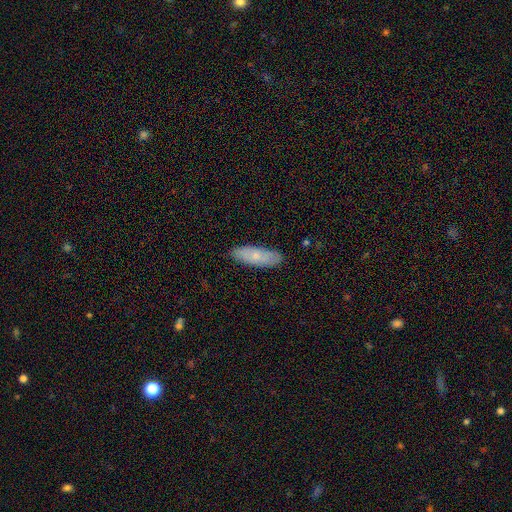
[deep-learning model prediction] Q: Smooth or featured?
A: smooth (71%); runner-up: featured or disk (23%)
Q: How rounded?
A: in between (62%); runner-up: cigar-shaped (36%)
Q: Merging?
A: none (86%); runner-up: minor disturbance (11%)